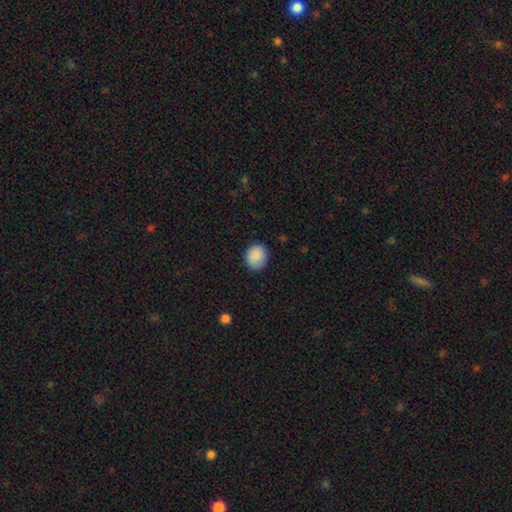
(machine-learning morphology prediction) Smooth or featured? Predicted: smooth (p=0.89). How rounded? Predicted: round (p=0.80). Merging? Predicted: none (p=0.86).